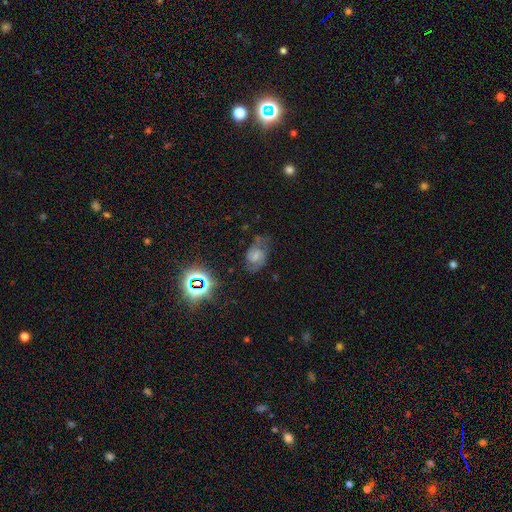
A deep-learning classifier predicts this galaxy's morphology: Overall: featured or disk (54%; smooth 29%). Edge-on disk: no (96%). Bar: weak (44%; no 42%). Spiral arms: yes (87%). Bulge size: small (37%; moderate 29%). Merging: none (56%; minor disturbance 26%).